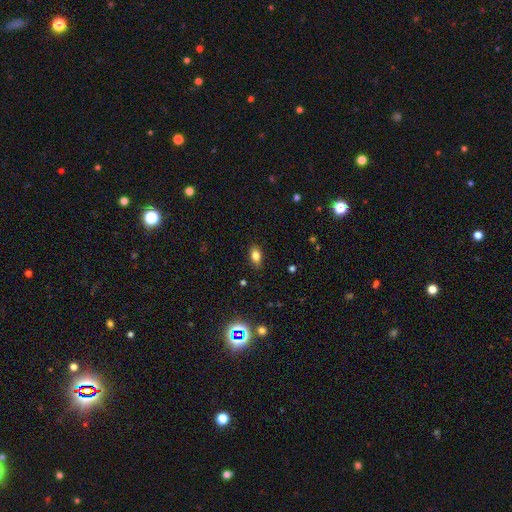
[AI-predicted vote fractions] A smooth galaxy with no disk features (80%) that is in between round and cigar-shaped (84%). Merging: none (85%).